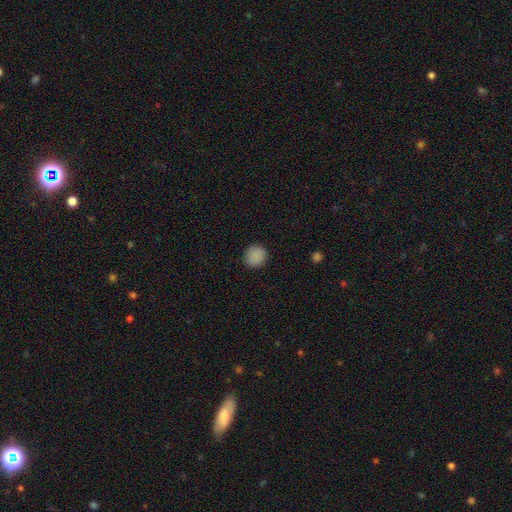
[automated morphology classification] smooth-or-featured: smooth: 87% | star or artifact: 10% | featured or disk: 3%
  how-rounded: round: 86% | in between: 13% | cigar-shaped: 1%
  merging: none: 89% | minor disturbance: 8% | major disturbance: 2% | merger: 1%